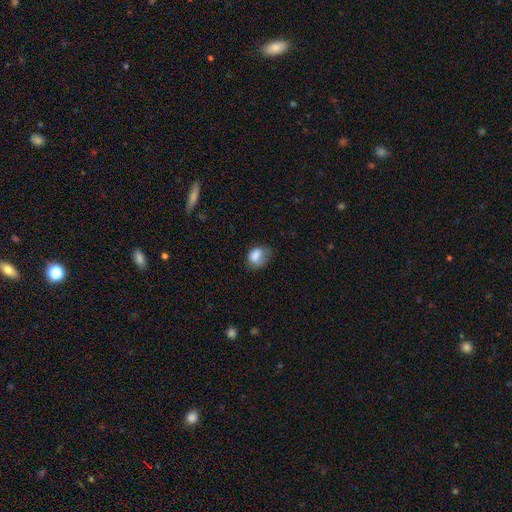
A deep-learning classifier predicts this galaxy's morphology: Smooth or featured? smooth (77%)
How rounded? in between (65%)
Merging? none (37%)